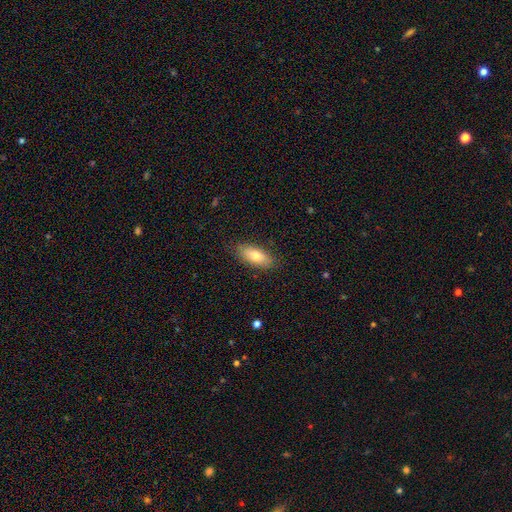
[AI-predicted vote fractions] This is likely a smooth galaxy (77%). How rounded: clearly in between (83%). Merging: clearly none (85%).